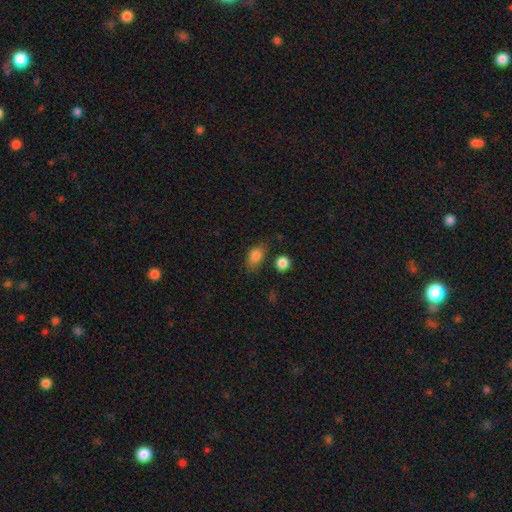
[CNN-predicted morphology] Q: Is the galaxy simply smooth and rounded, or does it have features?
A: smooth — 84%.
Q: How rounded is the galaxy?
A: in between — 82%.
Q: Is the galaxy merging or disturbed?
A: none — 69%.